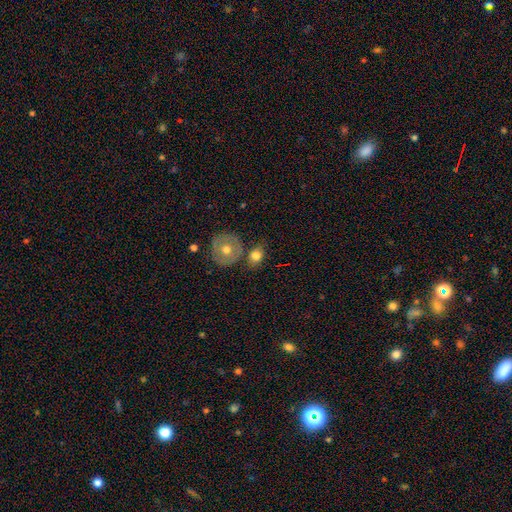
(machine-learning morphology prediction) The model was most divided on "how rounded": round: 54%, in between: 44%, cigar-shaped: 2%. More confident: smooth or featured — smooth (71%); merging — none (63%).